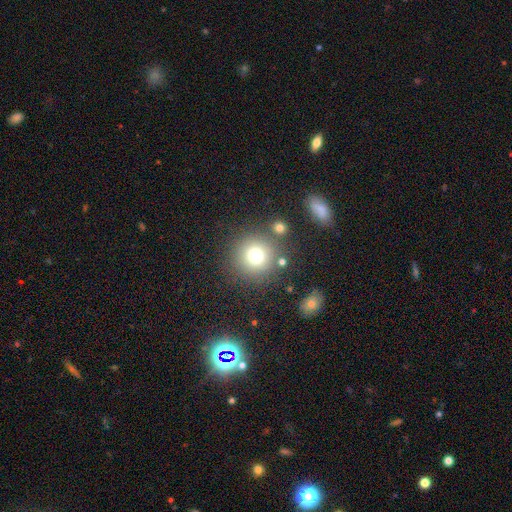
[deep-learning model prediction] smooth_or_featured: smooth (p=0.74) [alt: star or artifact p=0.15]
how_rounded: round (p=0.94) [alt: in between p=0.05]
merging: none (p=0.80) [alt: minor disturbance p=0.09]